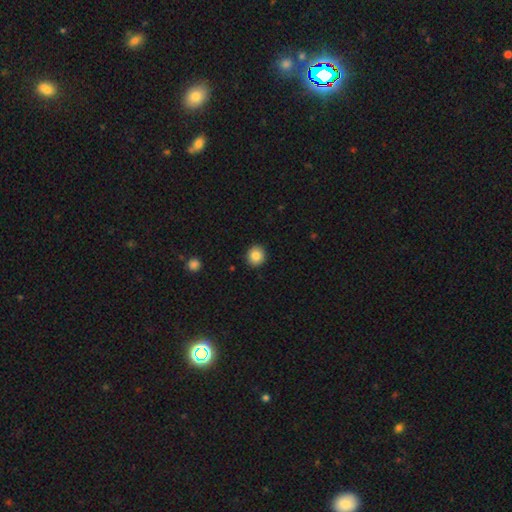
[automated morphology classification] smooth_or_featured: smooth (p=0.85) [alt: star or artifact p=0.09]
how_rounded: round (p=0.85) [alt: in between p=0.14]
merging: none (p=0.91) [alt: minor disturbance p=0.06]